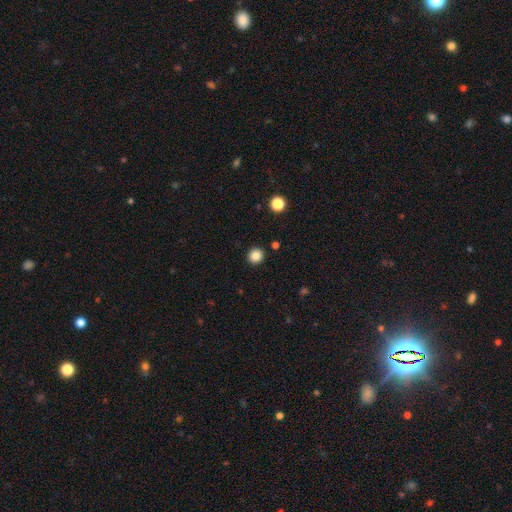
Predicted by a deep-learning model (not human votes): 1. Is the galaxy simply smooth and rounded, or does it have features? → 85% smooth, 11% star or artifact, 4% featured or disk.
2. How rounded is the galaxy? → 92% round, 8% in between, 1% cigar-shaped.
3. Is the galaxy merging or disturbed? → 92% none, 5% minor disturbance, 2% major disturbance, 2% merger.